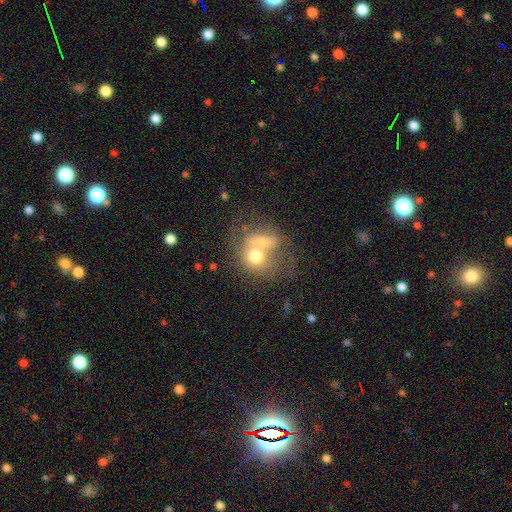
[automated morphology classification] This appears to be a smooth galaxy with no disk features (54%) that is round (59%). Merging: merger (72%).